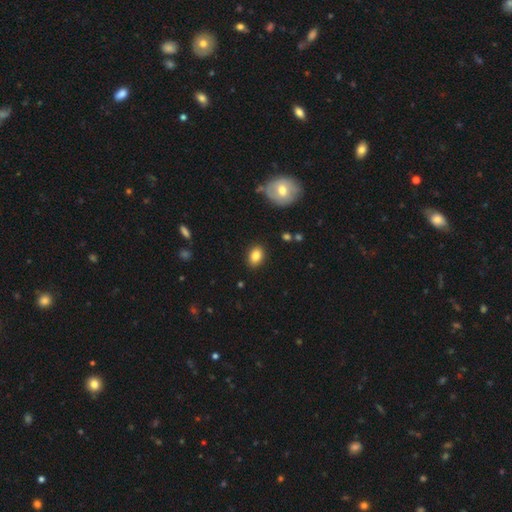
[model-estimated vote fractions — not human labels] This appears to be a smooth galaxy with no disk features (84%) that is in between round and cigar-shaped (78%). Merging: none (87%).